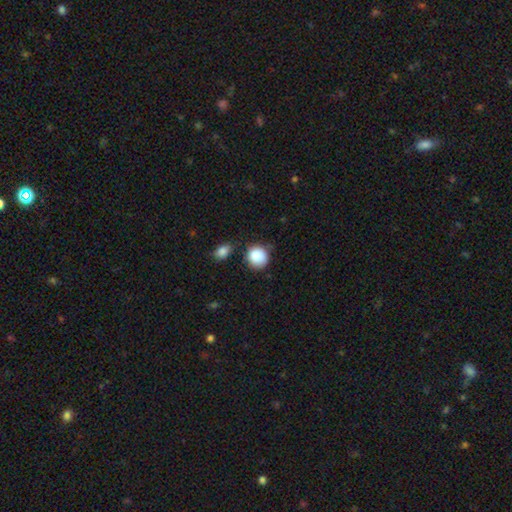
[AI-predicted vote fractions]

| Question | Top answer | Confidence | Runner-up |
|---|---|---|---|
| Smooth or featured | smooth | 87% | star or artifact (8%) |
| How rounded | round | 87% | in between (12%) |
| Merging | none | 68% | minor disturbance (20%) |